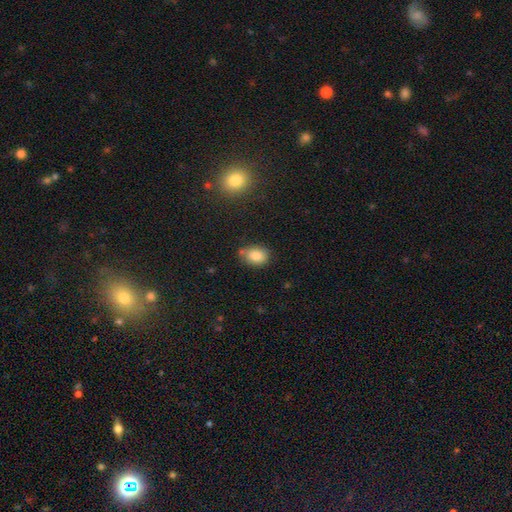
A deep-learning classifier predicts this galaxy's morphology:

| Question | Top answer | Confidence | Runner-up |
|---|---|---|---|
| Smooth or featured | smooth | 83% | star or artifact (9%) |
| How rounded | in between | 68% | round (30%) |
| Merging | none | 72% | minor disturbance (18%) |